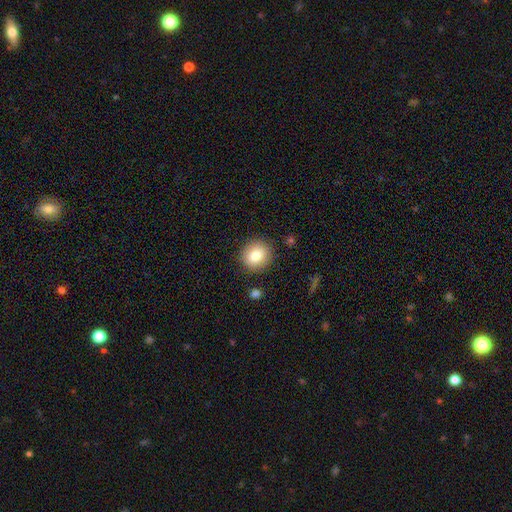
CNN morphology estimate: This is clearly a smooth galaxy (83%). How rounded: clearly round (82%). Merging: clearly none (87%).